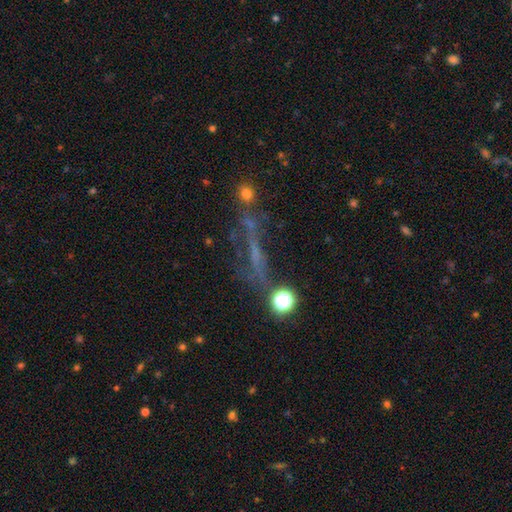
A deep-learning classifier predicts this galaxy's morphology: Smooth or featured?
  - featured or disk: 40% *
  - star or artifact: 33%
  - smooth: 26%
Merging?
  - none: 52% *
  - major disturbance: 19%
  - minor disturbance: 16%
  - merger: 12%